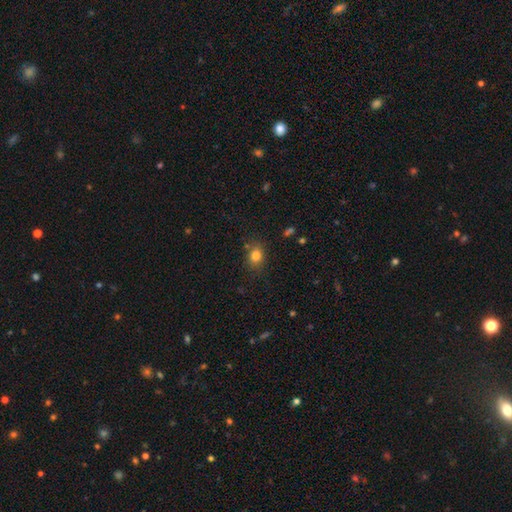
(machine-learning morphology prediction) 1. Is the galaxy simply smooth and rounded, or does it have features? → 80% smooth, 13% star or artifact, 8% featured or disk.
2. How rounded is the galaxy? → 56% round, 43% in between, 1% cigar-shaped.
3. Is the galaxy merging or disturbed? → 80% none, 13% minor disturbance, 4% major disturbance, 4% merger.